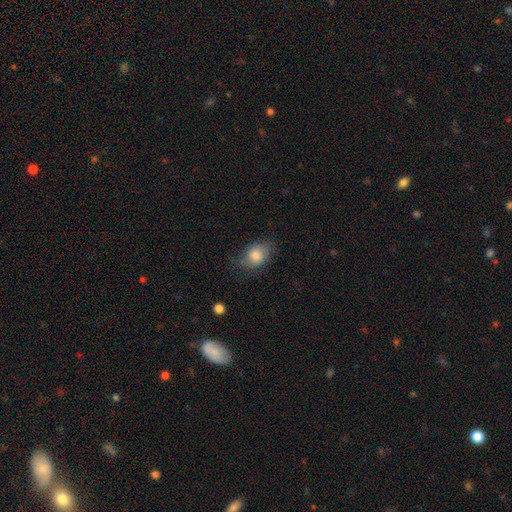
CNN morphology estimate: Smooth or featured? smooth (74%)
How rounded? in between (73%)
Merging? none (60%)